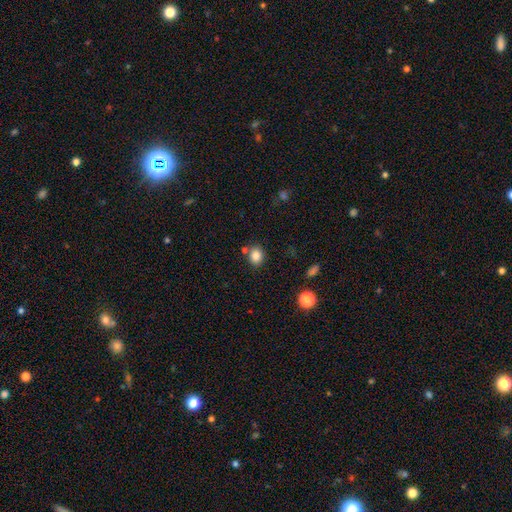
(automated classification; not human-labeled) Smooth or featured?
  - smooth: 84% *
  - star or artifact: 11%
  - featured or disk: 5%
How rounded?
  - round: 62% *
  - in between: 37%
  - cigar-shaped: 1%
Merging?
  - none: 77% *
  - minor disturbance: 11%
  - merger: 9%
  - major disturbance: 3%